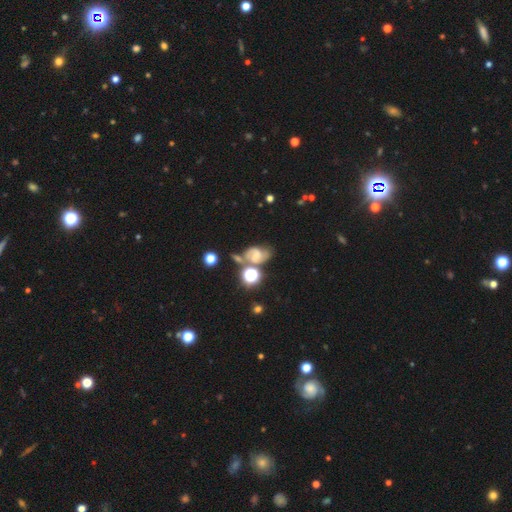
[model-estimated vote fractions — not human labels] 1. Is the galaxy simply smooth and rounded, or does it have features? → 52% featured or disk, 28% smooth, 20% star or artifact.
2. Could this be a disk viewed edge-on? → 96% no, 4% yes.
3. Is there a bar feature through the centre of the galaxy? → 51% no, 37% weak, 12% strong.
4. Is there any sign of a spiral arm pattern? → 83% yes, 17% no.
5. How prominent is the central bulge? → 41% small, 29% moderate, 19% none, 8% large, 3% dominant.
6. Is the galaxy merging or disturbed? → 39% none, 24% merger, 21% minor disturbance, 16% major disturbance.